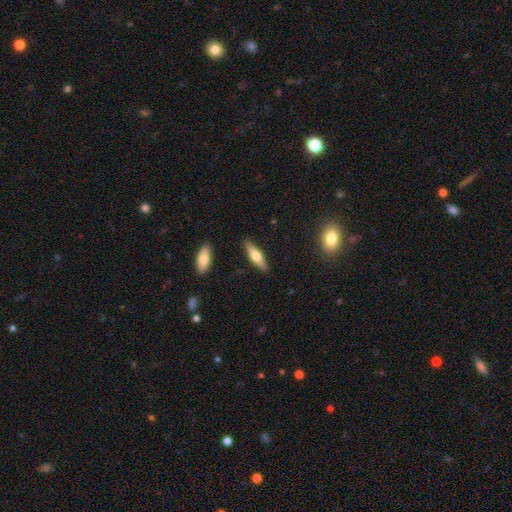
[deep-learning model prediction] smooth-or-featured: smooth: 54% | featured or disk: 40% | star or artifact: 6%
  how-rounded: cigar-shaped: 63% | in between: 35% | round: 2%
  merging: none: 88% | minor disturbance: 8% | major disturbance: 2% | merger: 2%